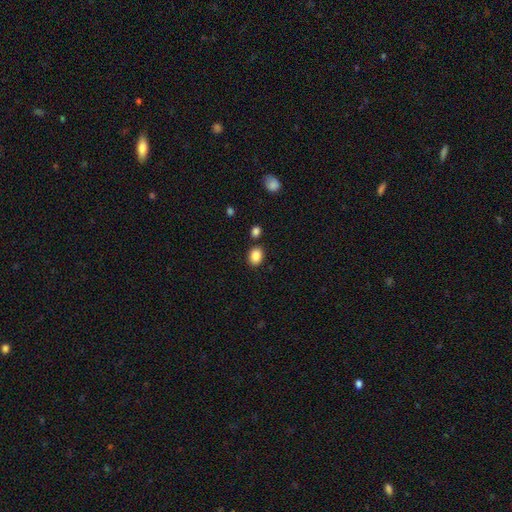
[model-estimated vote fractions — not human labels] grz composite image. It shows a smooth galaxy with no disk features (87%) that is in between round and cigar-shaped (65%). Merging: none (82%).